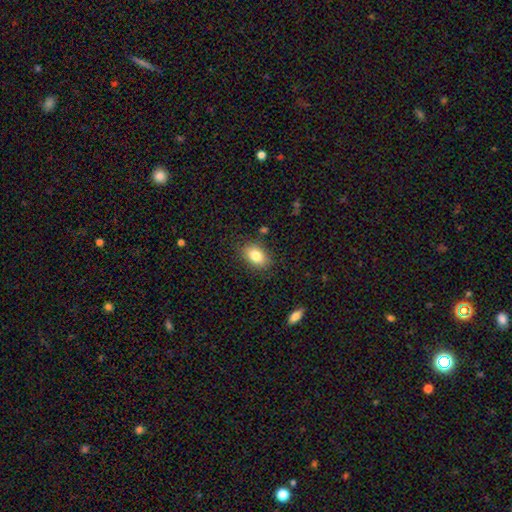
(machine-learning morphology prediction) Smooth or featured: smooth — 83% (featured or disk — 9%)
How rounded: in between — 85% (round — 14%)
Merging: none — 84% (minor disturbance — 11%)